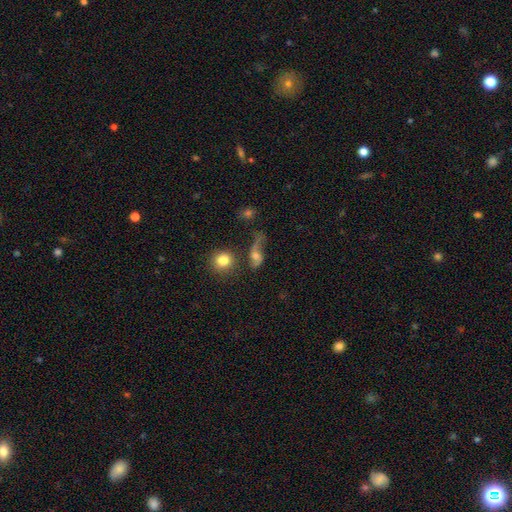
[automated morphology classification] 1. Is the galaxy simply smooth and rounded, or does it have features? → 48% featured or disk, 38% smooth, 14% star or artifact.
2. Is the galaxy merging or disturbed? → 39% none, 29% major disturbance, 20% minor disturbance, 12% merger.